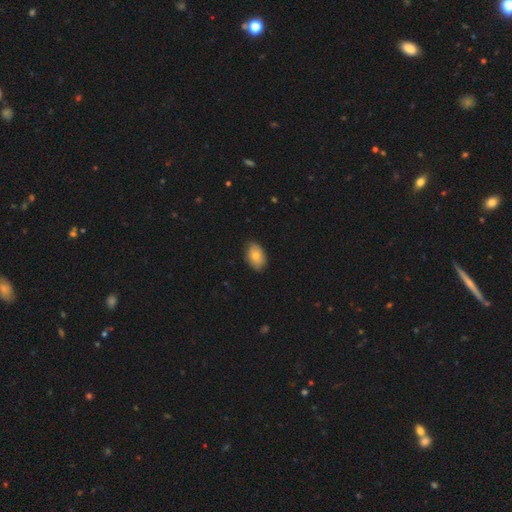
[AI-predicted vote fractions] A smooth galaxy with no disk features (76%) that is in between round and cigar-shaped (86%). Merging: none (81%).